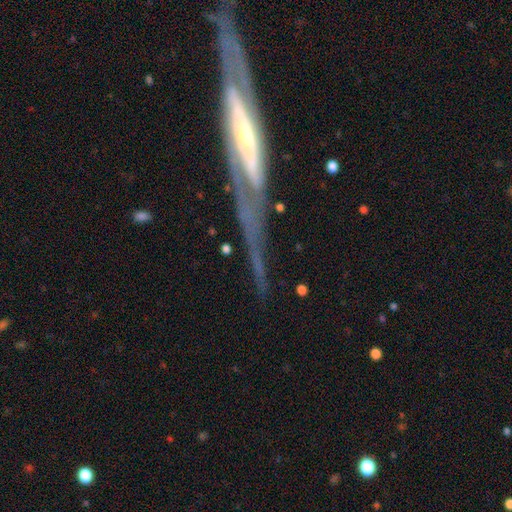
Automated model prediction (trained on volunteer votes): Morphology: type=featured or disk (69%); edge-on=yes (53%); merging=none (46%).